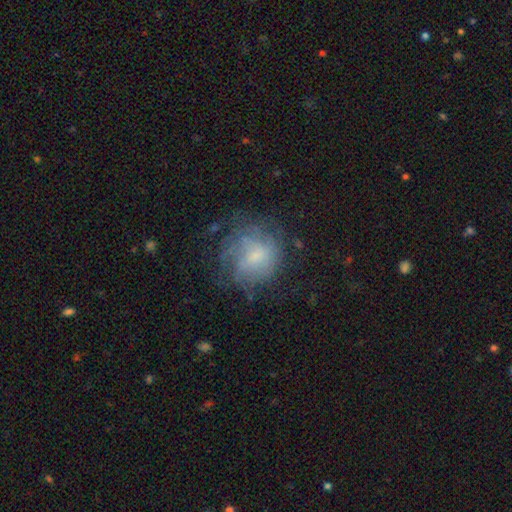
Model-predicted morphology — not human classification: featured or disk 47%, smooth 42%, star or artifact 11%. Down the decision tree: merging — none (59%).